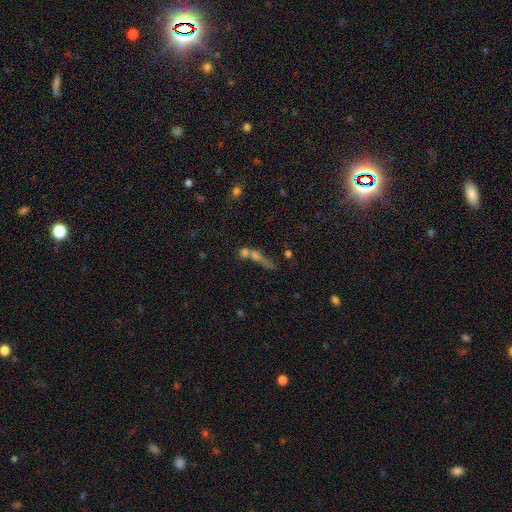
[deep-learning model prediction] A smooth galaxy with no disk features (50%). Merging: merger (40%).